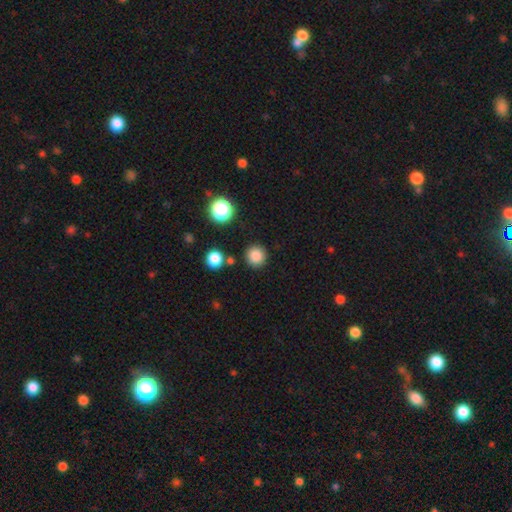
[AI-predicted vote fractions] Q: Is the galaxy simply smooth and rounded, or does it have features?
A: smooth — 84%.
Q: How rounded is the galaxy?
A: round — 94%.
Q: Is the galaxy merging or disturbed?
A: none — 87%.